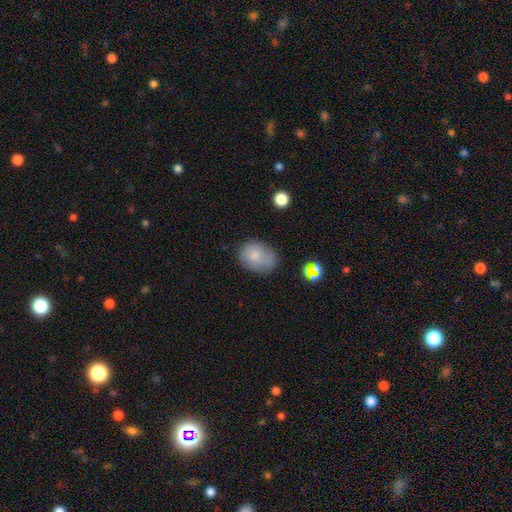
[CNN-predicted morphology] This is likely a smooth galaxy (76%). How rounded: likely in between (63%). Merging: likely none (63%).